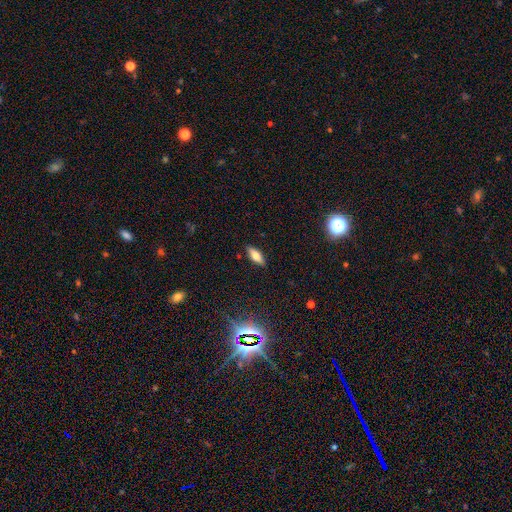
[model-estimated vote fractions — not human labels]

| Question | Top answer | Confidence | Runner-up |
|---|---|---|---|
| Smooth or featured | smooth | 63% | featured or disk (27%) |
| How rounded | in between | 64% | cigar-shaped (33%) |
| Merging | none | 88% | minor disturbance (9%) |